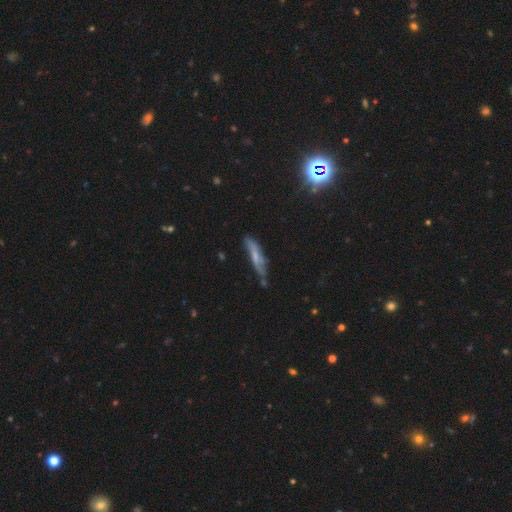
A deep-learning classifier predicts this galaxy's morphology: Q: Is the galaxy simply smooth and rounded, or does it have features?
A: featured or disk — 46%.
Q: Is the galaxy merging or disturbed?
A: none — 58%.